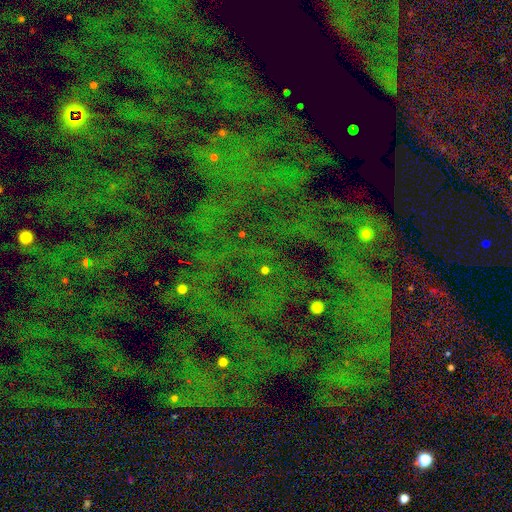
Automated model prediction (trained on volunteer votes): The model was most divided on "smooth or featured": star or artifact: 81%, smooth: 10%, featured or disk: 9%.